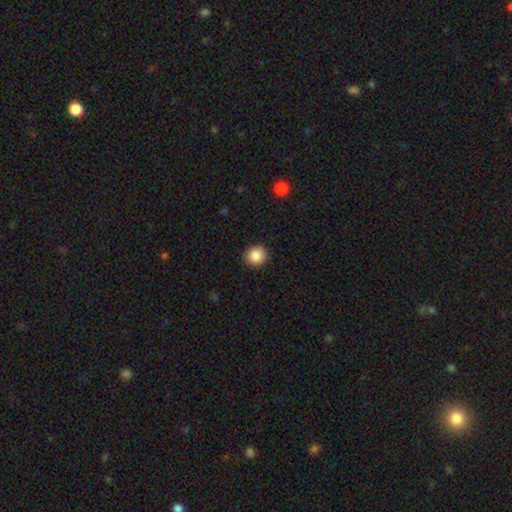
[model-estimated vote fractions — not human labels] A smooth galaxy with no disk features (85%) that is round (88%). Merging: none (90%).